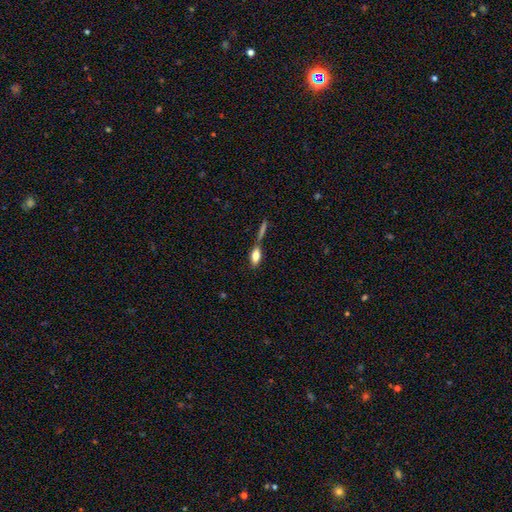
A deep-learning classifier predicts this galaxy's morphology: Q: Smooth or featured?
A: smooth (77%); runner-up: featured or disk (15%)
Q: How rounded?
A: in between (79%); runner-up: cigar-shaped (18%)
Q: Merging?
A: none (54%); runner-up: merger (28%)